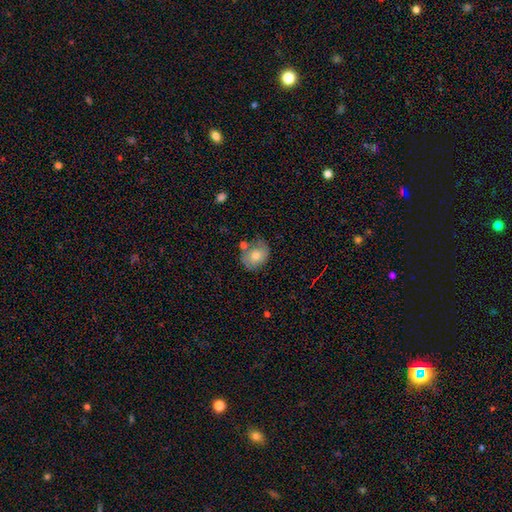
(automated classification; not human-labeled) Overall: smooth (66%). How rounded: round (51%; in between 48%). Merging: none (55%; minor disturbance 25%).